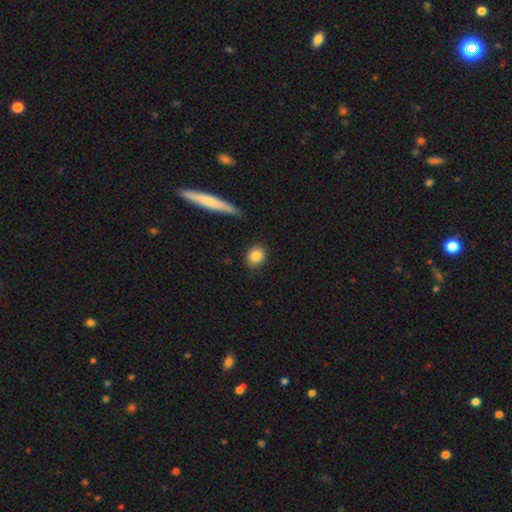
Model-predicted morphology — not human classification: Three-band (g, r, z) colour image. It shows a smooth galaxy with no disk features (85%) that is round (62%). Merging: none (87%).